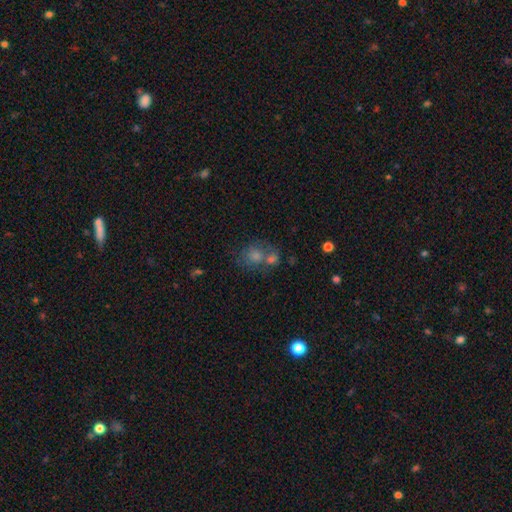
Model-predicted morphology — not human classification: Q: Smooth or featured?
A: smooth (57%); runner-up: star or artifact (23%)
Q: How rounded?
A: round (72%); runner-up: in between (27%)
Q: Merging?
A: none (46%); runner-up: merger (38%)